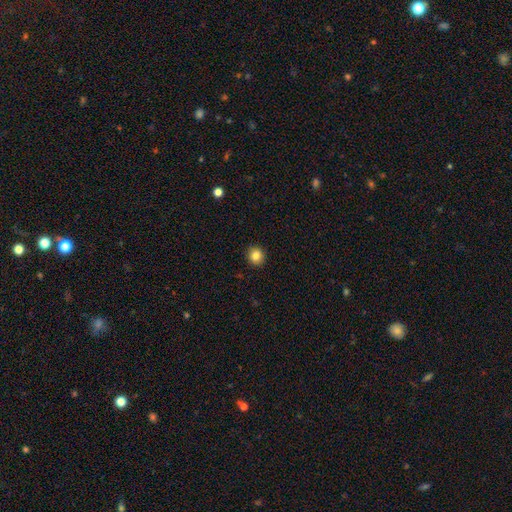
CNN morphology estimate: Overall: smooth (83%). How rounded: round (87%). Merging: none (91%).